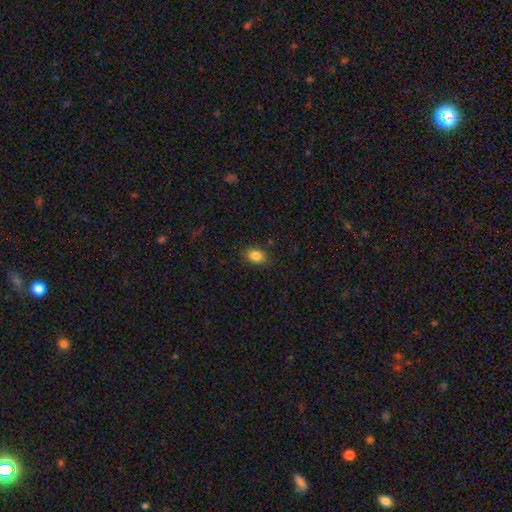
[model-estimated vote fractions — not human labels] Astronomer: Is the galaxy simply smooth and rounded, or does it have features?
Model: smooth — 85%.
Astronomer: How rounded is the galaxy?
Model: in between — 73%.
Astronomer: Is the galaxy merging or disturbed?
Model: none — 84%.